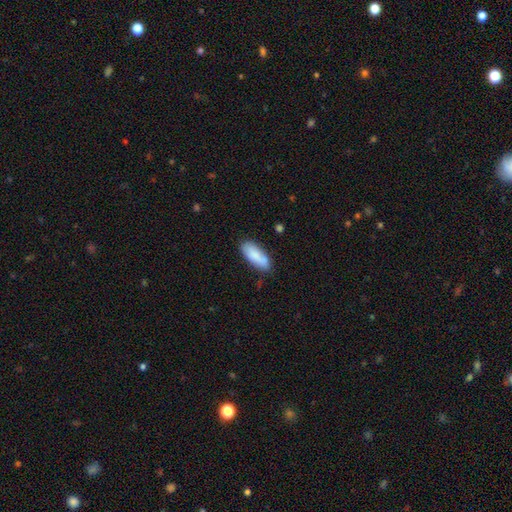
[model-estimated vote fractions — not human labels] This is clearly a smooth galaxy (83%). How rounded: likely in between (75%). Merging: likely none (75%).